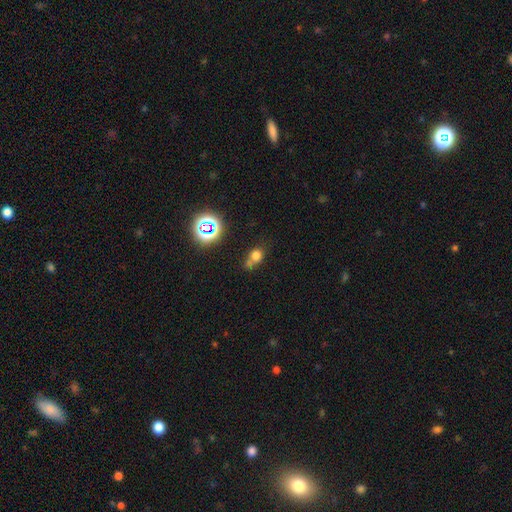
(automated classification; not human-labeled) Smooth or featured: smooth — 68% (star or artifact — 20%)
How rounded: round — 65% (in between — 33%)
Merging: none — 42% (merger — 34%)